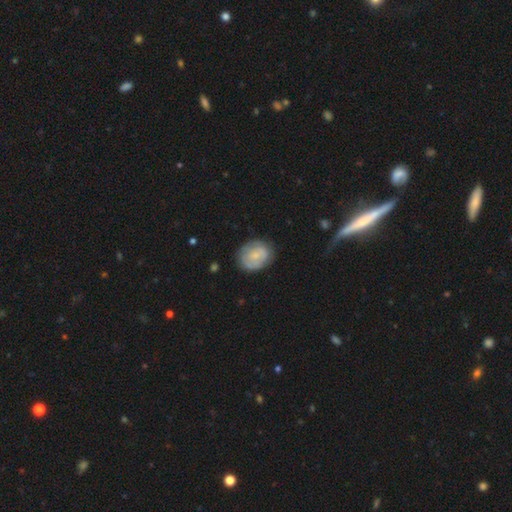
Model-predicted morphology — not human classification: Smooth or featured? Predicted: smooth (p=0.61). How rounded? Predicted: round (p=0.55). Merging? Predicted: none (p=0.74).